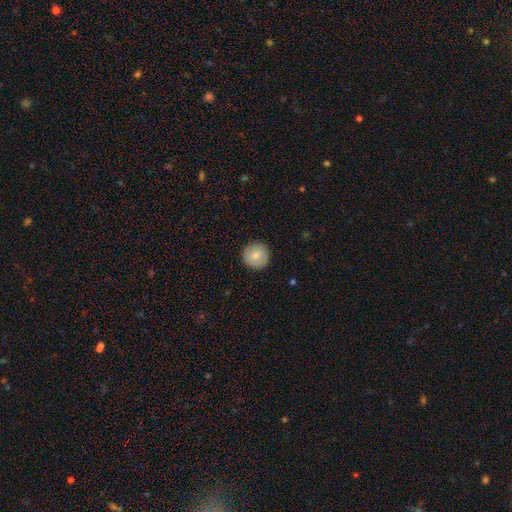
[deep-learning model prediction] smooth_or_featured: smooth (p=0.79) [alt: featured or disk p=0.14]
how_rounded: round (p=0.94) [alt: in between p=0.05]
merging: none (p=0.89) [alt: minor disturbance p=0.08]